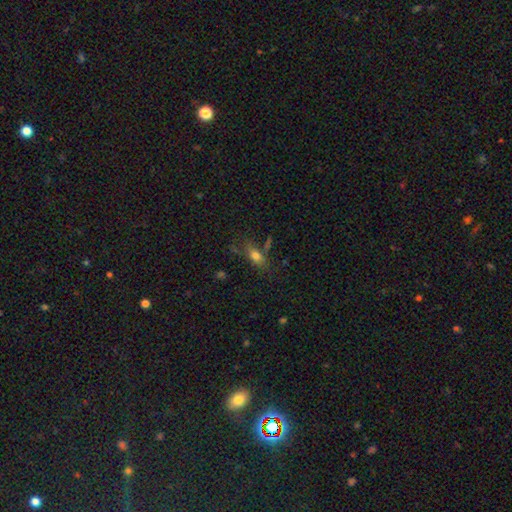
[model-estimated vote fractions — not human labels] This appears to be a smooth galaxy with no disk features (72%) that is in between round and cigar-shaped (75%). Merging: none (60%).